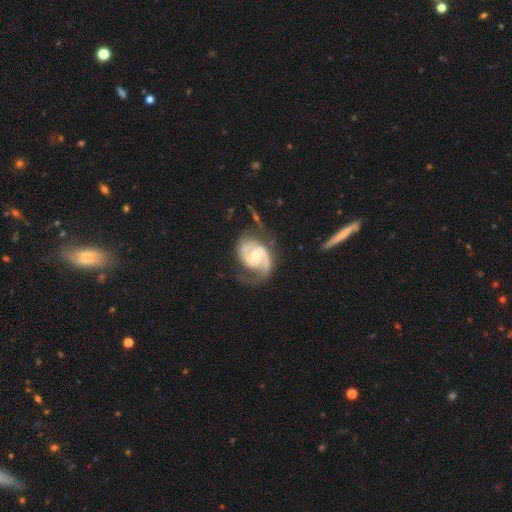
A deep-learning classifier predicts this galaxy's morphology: A featured or disk galaxy (90%) with a weak bar (46%), 2 (89%) medium (53%) spiral arms (97%) and a moderate central bulge (50%).

Vote fractions:
- Smooth or featured? featured or disk: 90% / smooth: 6% / star or artifact: 4%
- Edge-on disk? no: 98% / yes: 2%
- Bar? weak: 46% / no: 42% / strong: 12%
- Spiral arms? yes: 97% / no: 3%
- Spiral winding? medium: 53% / tight: 32% / loose: 16%
- Spiral arm count? 2: 89% / 1: 4% / can't tell: 3% / 3: 2% / 4: 1% / more than 4: 1%
- Bulge size? moderate: 50% / small: 30% / large: 10% / none: 9% / dominant: 1%
- Merging? none: 60% / minor disturbance: 22% / major disturbance: 15% / merger: 3%